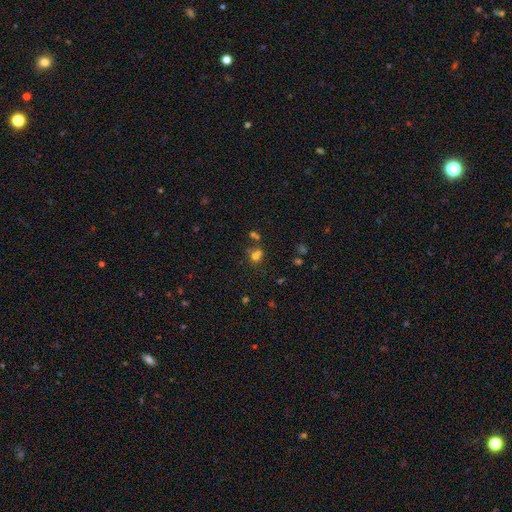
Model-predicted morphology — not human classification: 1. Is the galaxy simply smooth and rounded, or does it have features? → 58% smooth, 27% star or artifact, 15% featured or disk.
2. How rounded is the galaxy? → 79% round, 20% in between, 1% cigar-shaped.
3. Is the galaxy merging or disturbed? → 48% none, 37% merger, 10% minor disturbance, 5% major disturbance.